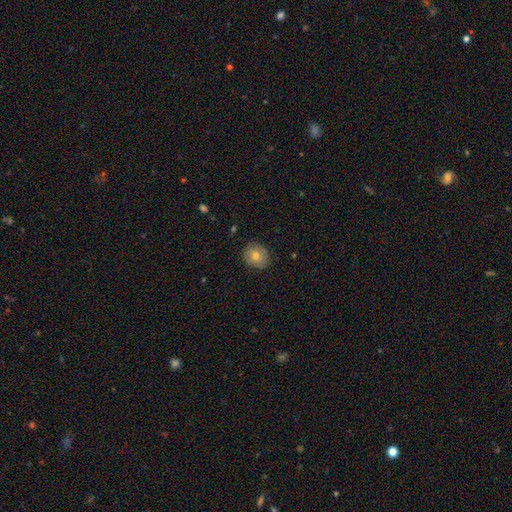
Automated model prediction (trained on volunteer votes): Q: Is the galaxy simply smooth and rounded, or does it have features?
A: smooth — 71%.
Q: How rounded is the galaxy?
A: round — 73%.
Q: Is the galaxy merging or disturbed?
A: none — 87%.